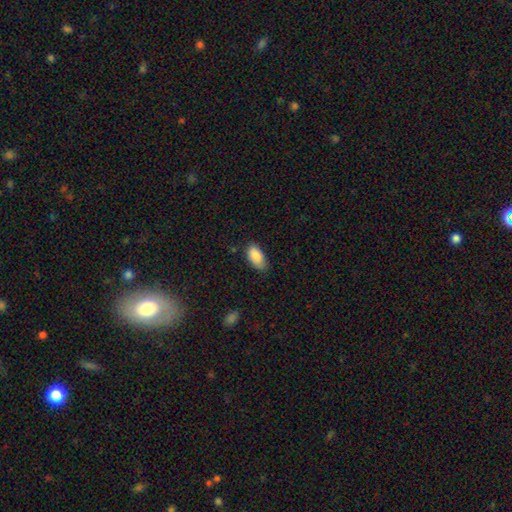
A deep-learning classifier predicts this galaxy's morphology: type=smooth (88%); roundness=in between (93%); merging=none (72%).